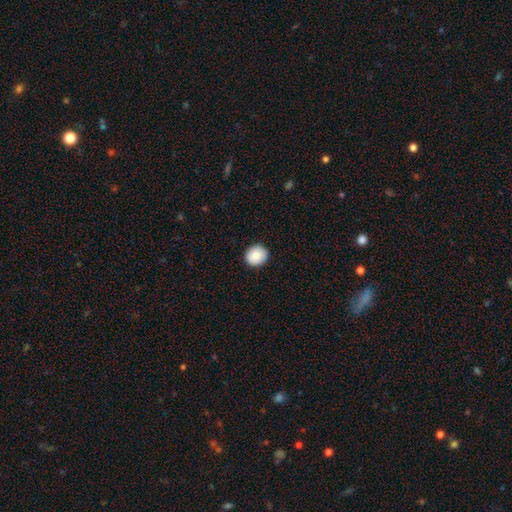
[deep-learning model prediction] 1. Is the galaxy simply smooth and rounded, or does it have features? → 89% smooth, 8% star or artifact, 3% featured or disk.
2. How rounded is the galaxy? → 86% round, 14% in between, 1% cigar-shaped.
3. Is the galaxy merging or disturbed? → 91% none, 6% minor disturbance, 2% major disturbance, 1% merger.